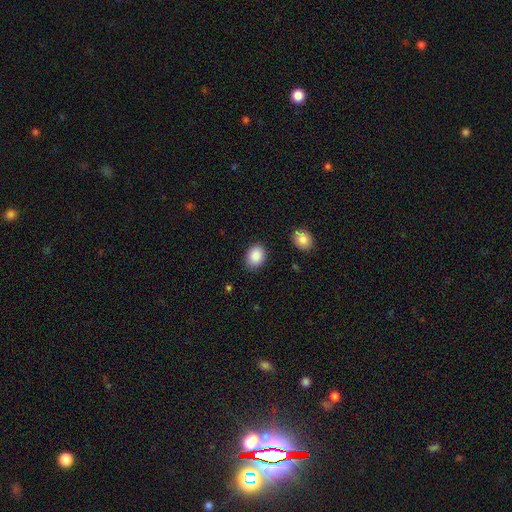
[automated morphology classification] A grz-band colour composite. It shows a smooth galaxy with no disk features (88%) that is in between round and cigar-shaped (69%). Merging: none (82%).